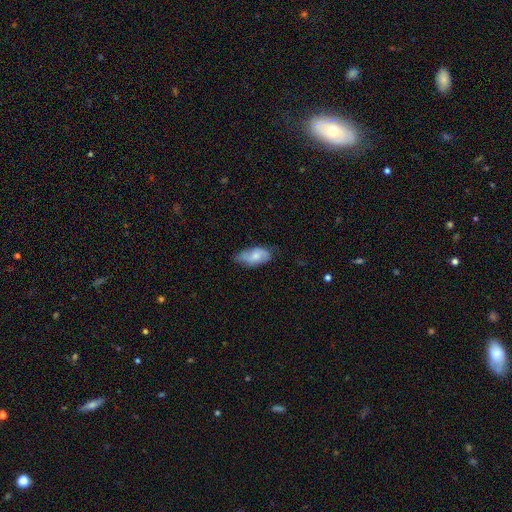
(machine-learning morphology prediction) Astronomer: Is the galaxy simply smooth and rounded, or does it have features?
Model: smooth — 60%.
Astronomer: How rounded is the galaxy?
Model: in between — 90%.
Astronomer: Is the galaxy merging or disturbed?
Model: none — 60%.